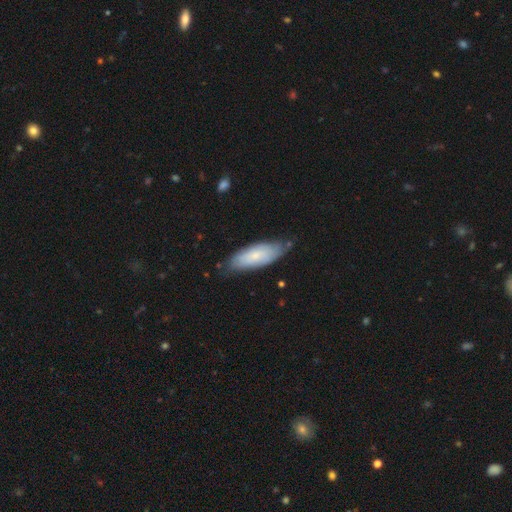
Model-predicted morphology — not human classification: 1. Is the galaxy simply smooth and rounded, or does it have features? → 69% smooth, 25% featured or disk, 6% star or artifact.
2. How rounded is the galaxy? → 70% in between, 28% cigar-shaped, 2% round.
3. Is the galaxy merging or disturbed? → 69% none, 25% minor disturbance, 4% major disturbance, 2% merger.